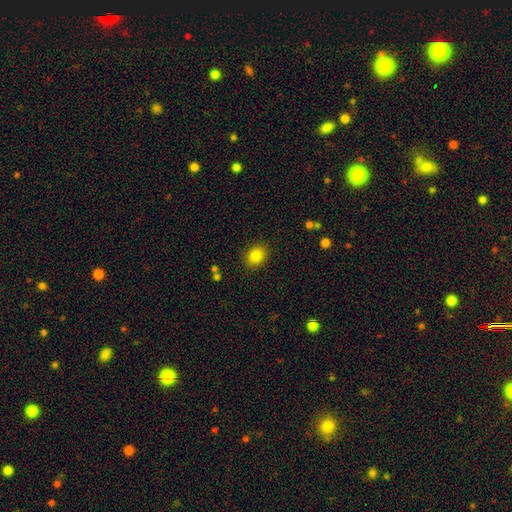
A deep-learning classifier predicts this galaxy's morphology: This is clearly a smooth galaxy (84%). How rounded: possibly round (53%). Merging: clearly none (88%).